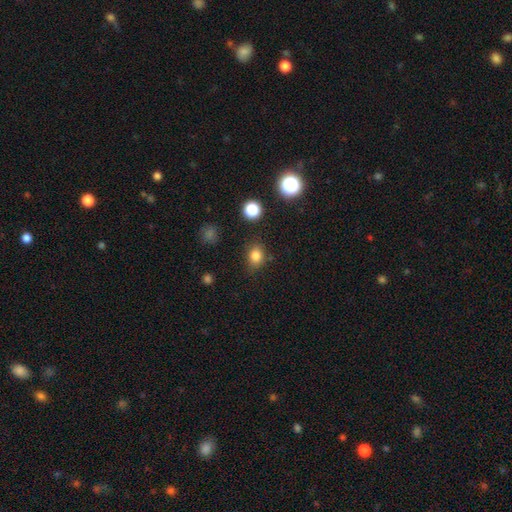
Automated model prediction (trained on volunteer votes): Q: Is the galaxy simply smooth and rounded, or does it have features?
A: smooth — 81%.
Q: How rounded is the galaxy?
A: round — 51%.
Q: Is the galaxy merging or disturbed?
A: none — 80%.